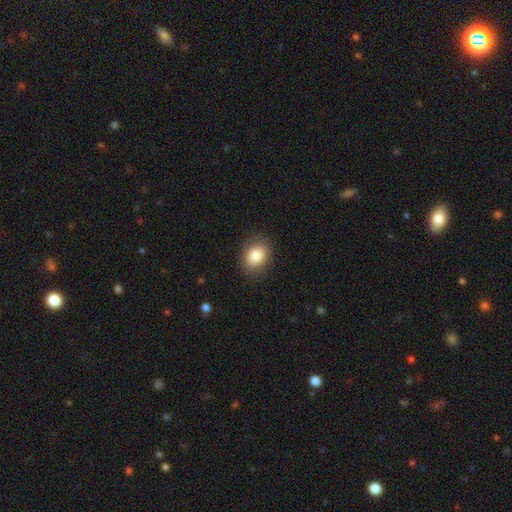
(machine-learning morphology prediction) smooth_or_featured: smooth (p=0.83) [alt: star or artifact p=0.09]
how_rounded: in between (p=0.55) [alt: round p=0.44]
merging: none (p=0.86) [alt: minor disturbance p=0.10]